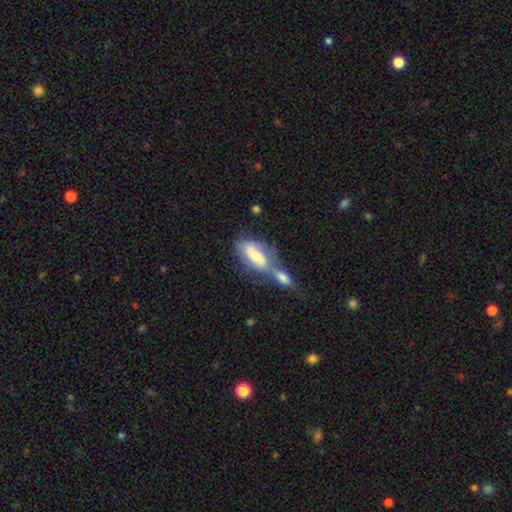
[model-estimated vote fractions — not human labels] Smooth or featured? smooth (58%)
How rounded? in between (87%)
Merging? merger (62%)